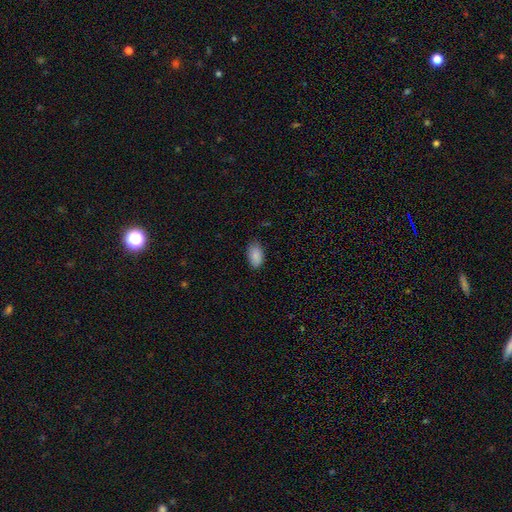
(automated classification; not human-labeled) This is clearly a smooth galaxy (88%). How rounded: clearly in between (94%). Merging: likely none (79%).